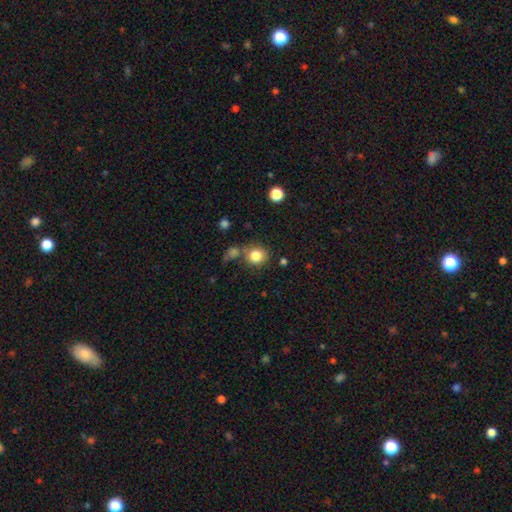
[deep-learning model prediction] Smooth or featured: smooth — 83% (star or artifact — 10%)
How rounded: round — 85% (in between — 14%)
Merging: none — 66% (merger — 16%)